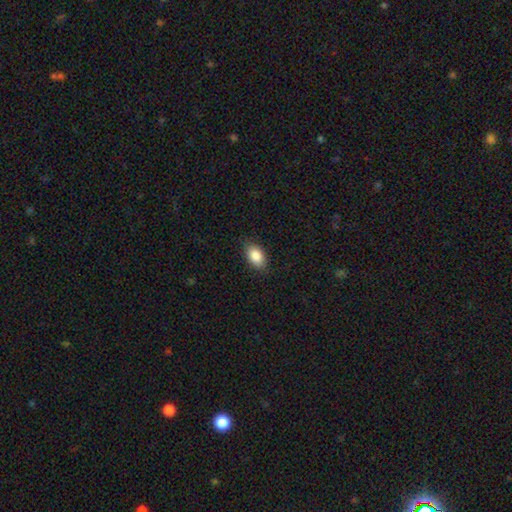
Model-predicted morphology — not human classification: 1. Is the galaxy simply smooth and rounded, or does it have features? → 87% smooth, 7% star or artifact, 6% featured or disk.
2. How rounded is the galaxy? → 89% in between, 9% round, 2% cigar-shaped.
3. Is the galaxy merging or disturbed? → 84% none, 12% minor disturbance, 3% major disturbance, 1% merger.